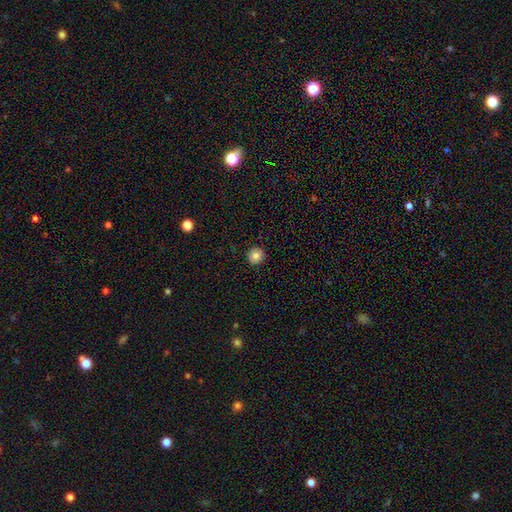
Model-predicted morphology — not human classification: A smooth galaxy with no disk features (82%) that is round (95%).

Vote fractions:
- Smooth or featured? smooth: 82% / star or artifact: 10% / featured or disk: 8%
- How rounded? round: 95% / in between: 4% / cigar-shaped: 1%
- Merging? none: 92% / minor disturbance: 5% / major disturbance: 2% / merger: 1%